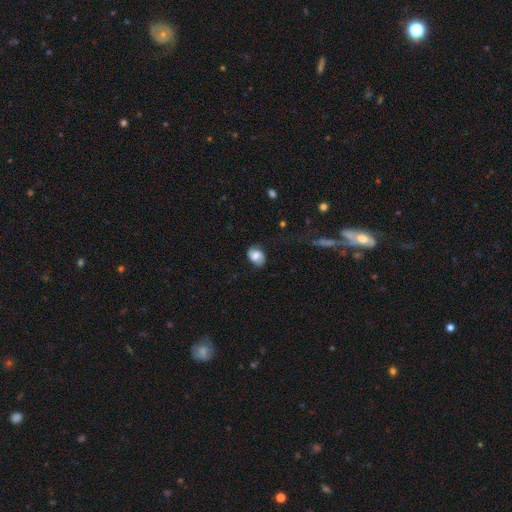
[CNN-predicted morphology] type=smooth (62%); roundness=in between (71%); merging=none (72%).